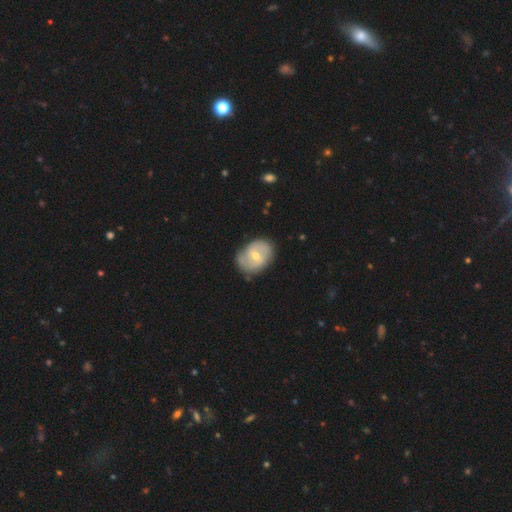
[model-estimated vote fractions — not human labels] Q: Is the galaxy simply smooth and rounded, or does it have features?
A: featured or disk — 62%.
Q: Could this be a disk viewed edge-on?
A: no — 96%.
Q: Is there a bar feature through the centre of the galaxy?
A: weak — 55%.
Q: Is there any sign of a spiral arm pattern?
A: yes — 74%.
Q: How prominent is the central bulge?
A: moderate — 55%.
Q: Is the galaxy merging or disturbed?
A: none — 71%.